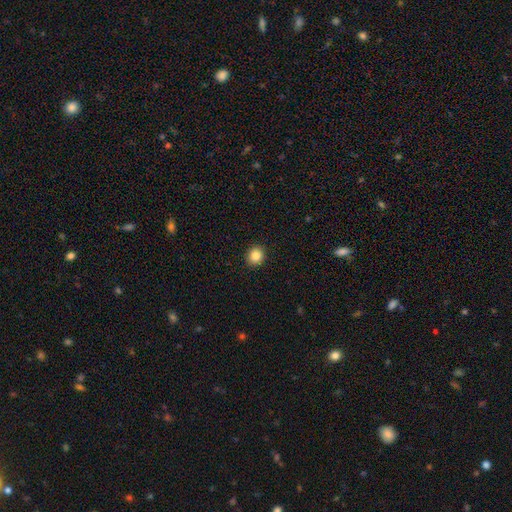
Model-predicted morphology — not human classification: Smooth or featured: smooth — 85% (star or artifact — 10%)
How rounded: round — 81% (in between — 18%)
Merging: none — 92% (minor disturbance — 5%)